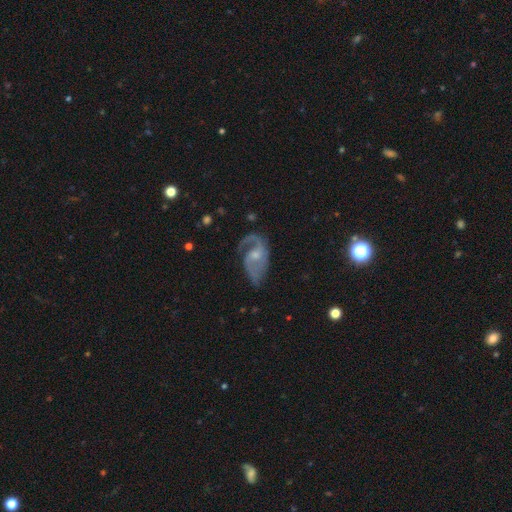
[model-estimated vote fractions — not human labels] featured or disk 86%, smooth 8%, star or artifact 6%. Down the decision tree: edge-on disk — no (97%); bar — no (53%); spiral arms — yes (95%); spiral arm count — 2 (76%); spiral winding — medium (52%); bulge size — small (49%); merging — none (58%).